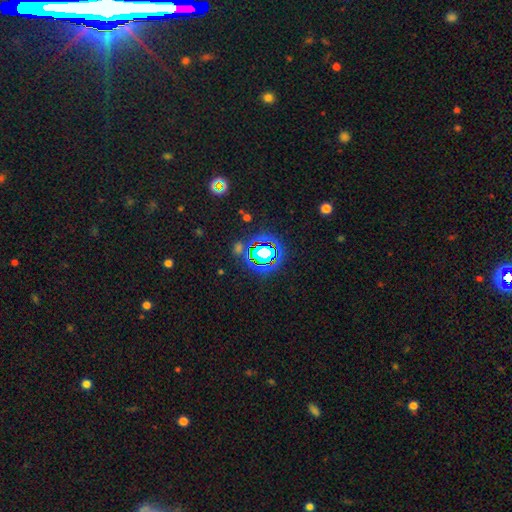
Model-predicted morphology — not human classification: star or artifact 75%, smooth 16%, featured or disk 9%.